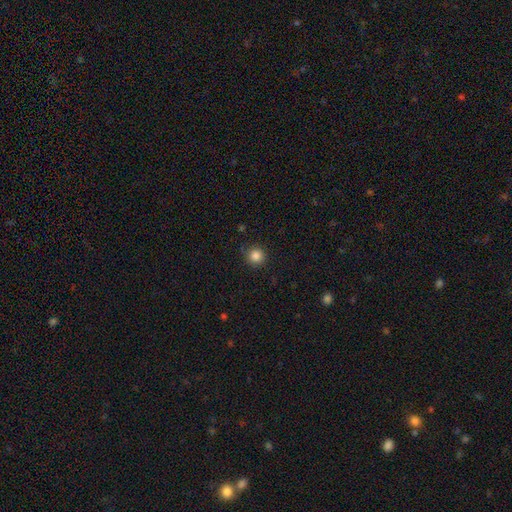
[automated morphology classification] This appears to be a smooth galaxy with no disk features (85%) that is round (95%). Merging: none (89%).